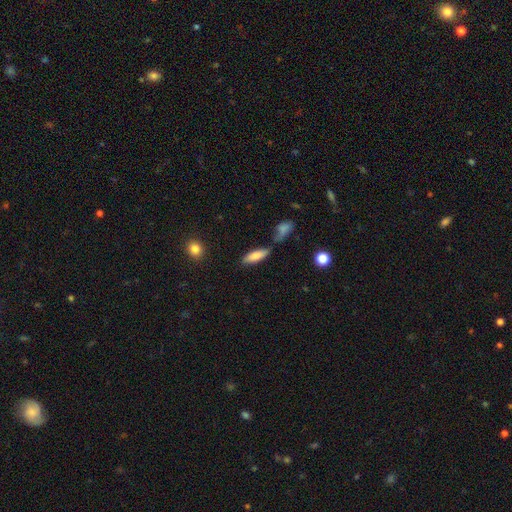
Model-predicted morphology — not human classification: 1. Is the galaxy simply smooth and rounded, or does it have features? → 79% smooth, 14% featured or disk, 7% star or artifact.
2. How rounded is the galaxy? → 56% in between, 41% cigar-shaped, 2% round.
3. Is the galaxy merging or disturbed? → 61% none, 18% minor disturbance, 15% merger, 6% major disturbance.